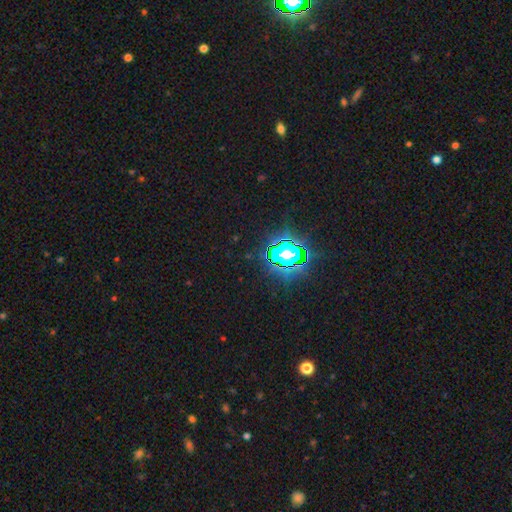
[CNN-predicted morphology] Overall: star or artifact (79%).